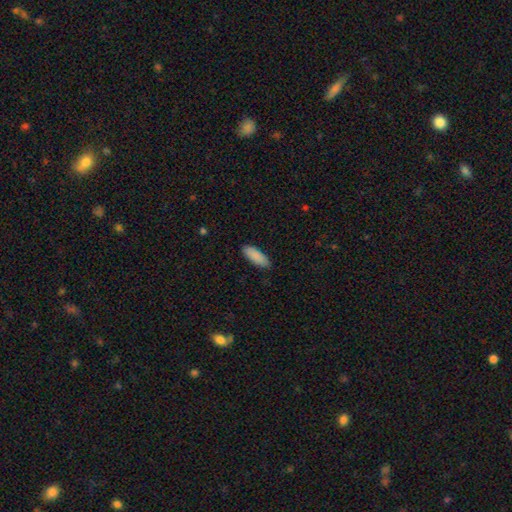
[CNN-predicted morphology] Overall: smooth (89%). How rounded: in between (72%). Merging: none (87%).